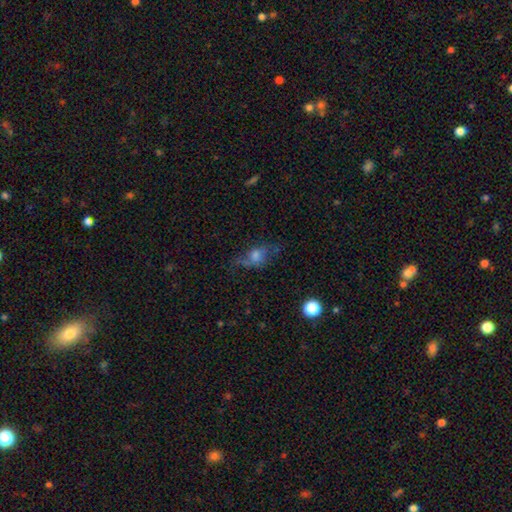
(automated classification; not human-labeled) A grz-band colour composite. It shows a smooth galaxy with no disk features (47%). Merging: none (52%).